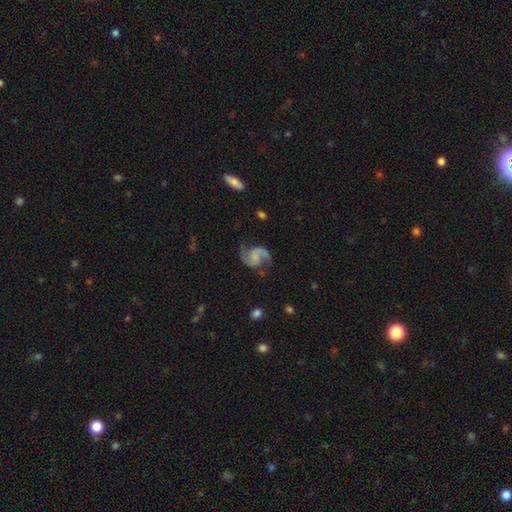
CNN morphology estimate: Q: Smooth or featured?
A: featured or disk (88%); runner-up: smooth (7%)
Q: Edge-on disk?
A: no (98%); runner-up: yes (2%)
Q: Bar?
A: no (55%); runner-up: weak (37%)
Q: Spiral arms?
A: yes (97%); runner-up: no (3%)
Q: Spiral winding?
A: medium (50%); runner-up: loose (39%)
Q: Spiral arm count?
A: 2 (93%); runner-up: 1 (2%)
Q: Bulge size?
A: none (41%); runner-up: small (35%)
Q: Merging?
A: none (71%); runner-up: minor disturbance (17%)